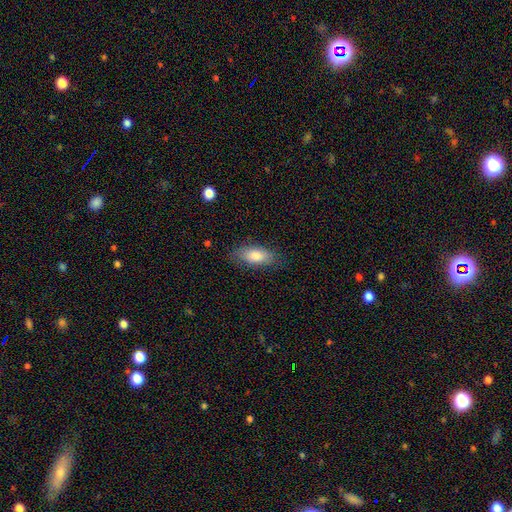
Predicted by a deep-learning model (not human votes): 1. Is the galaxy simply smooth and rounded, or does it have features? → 79% smooth, 14% featured or disk, 7% star or artifact.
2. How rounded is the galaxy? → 85% in between, 12% cigar-shaped, 3% round.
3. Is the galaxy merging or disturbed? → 80% none, 15% minor disturbance, 4% major disturbance, 1% merger.